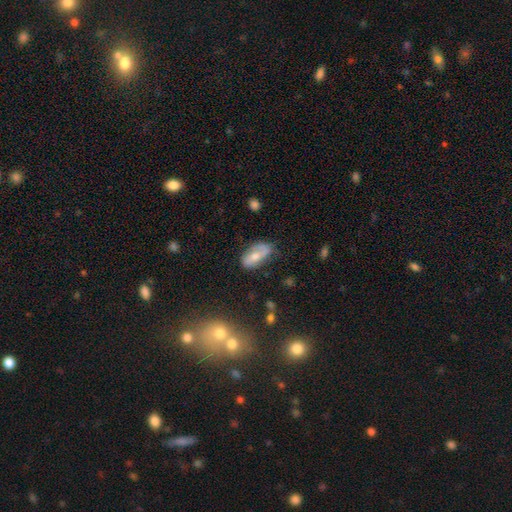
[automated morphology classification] This appears to be a featured or disk galaxy (49%). Merging: none (64%).